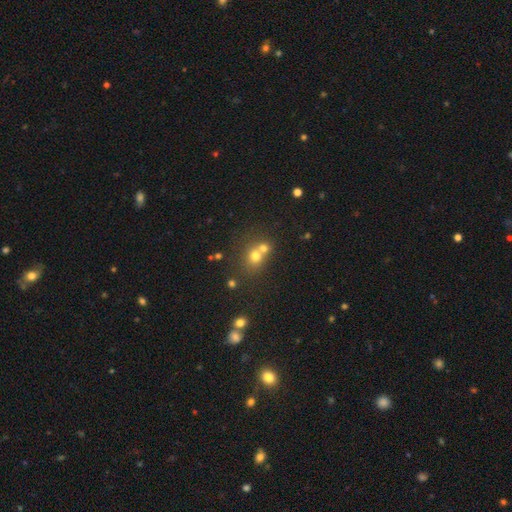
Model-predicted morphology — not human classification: Smooth or featured?
  - smooth: 69% *
  - star or artifact: 17%
  - featured or disk: 14%
How rounded?
  - round: 77% *
  - in between: 22%
  - cigar-shaped: 1%
Merging?
  - merger: 48% *
  - none: 42%
  - minor disturbance: 7%
  - major disturbance: 3%